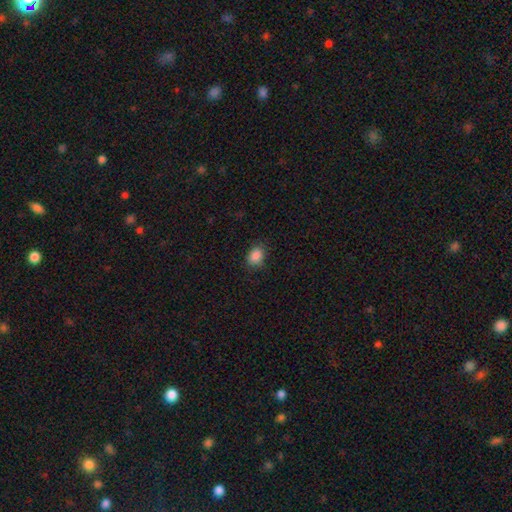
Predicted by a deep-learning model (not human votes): Q: Smooth or featured?
A: smooth (87%); runner-up: star or artifact (10%)
Q: How rounded?
A: in between (69%); runner-up: round (30%)
Q: Merging?
A: none (81%); runner-up: minor disturbance (14%)